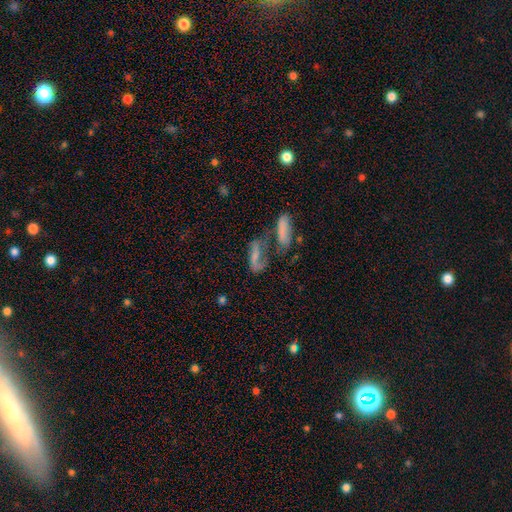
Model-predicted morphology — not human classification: smooth-or-featured: smooth: 45% | featured or disk: 40% | star or artifact: 15%
  merging: merger: 43% | major disturbance: 24% | none: 21% | minor disturbance: 12%